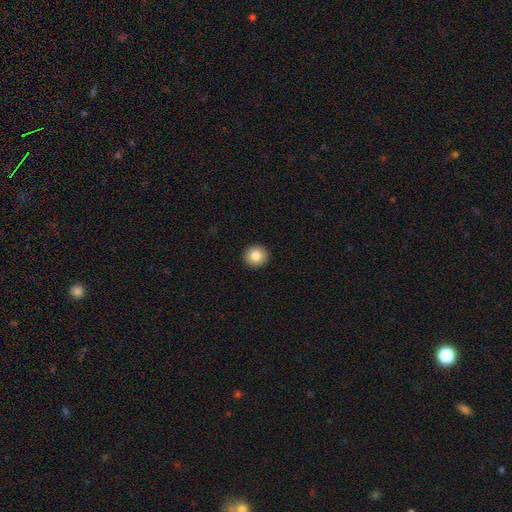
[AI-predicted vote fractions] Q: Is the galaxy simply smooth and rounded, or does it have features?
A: smooth — 84%.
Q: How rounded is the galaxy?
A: round — 93%.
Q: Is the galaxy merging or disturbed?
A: none — 93%.